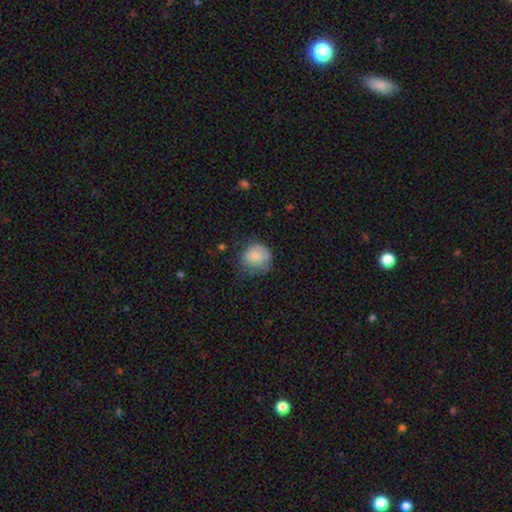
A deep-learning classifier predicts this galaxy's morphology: A smooth galaxy with no disk features (78%) that is round (79%).

Vote fractions:
- Smooth or featured? smooth: 78% / featured or disk: 14% / star or artifact: 8%
- How rounded? round: 79% / in between: 20% / cigar-shaped: 1%
- Merging? none: 46% / minor disturbance: 35% / major disturbance: 17% / merger: 2%